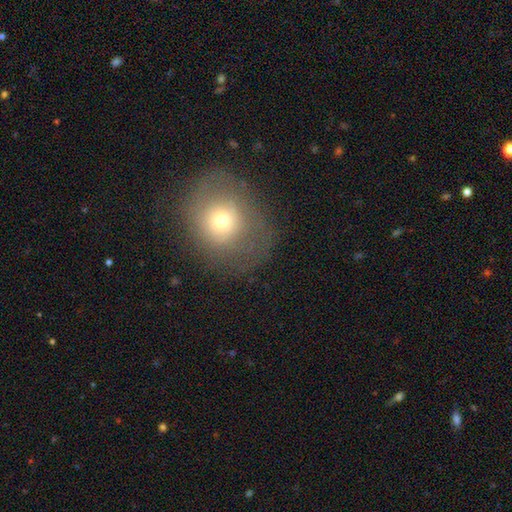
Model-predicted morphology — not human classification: smooth-or-featured: smooth: 59% | featured or disk: 24% | star or artifact: 16%
  how-rounded: round: 72% | in between: 27% | cigar-shaped: 1%
  merging: none: 76% | minor disturbance: 15% | major disturbance: 8% | merger: 1%